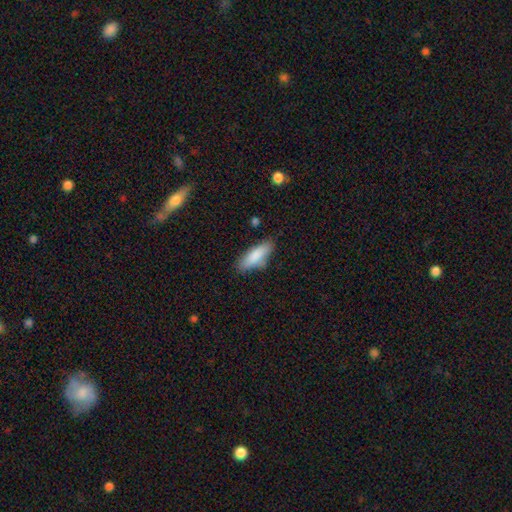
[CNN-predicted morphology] Q: Smooth or featured?
A: smooth (85%); runner-up: featured or disk (9%)
Q: How rounded?
A: in between (60%); runner-up: cigar-shaped (39%)
Q: Merging?
A: none (77%); runner-up: minor disturbance (17%)